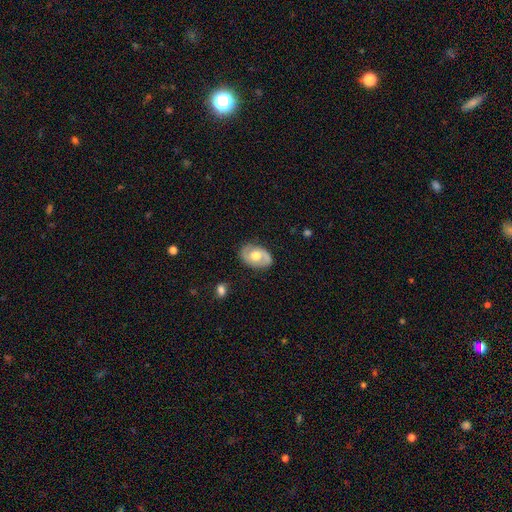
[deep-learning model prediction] Morphology: type=featured or disk (61%); edge-on=no (95%); bar=no (70%); spiral arms=yes (71%); bulge=moderate (71%); merging=none (79%).